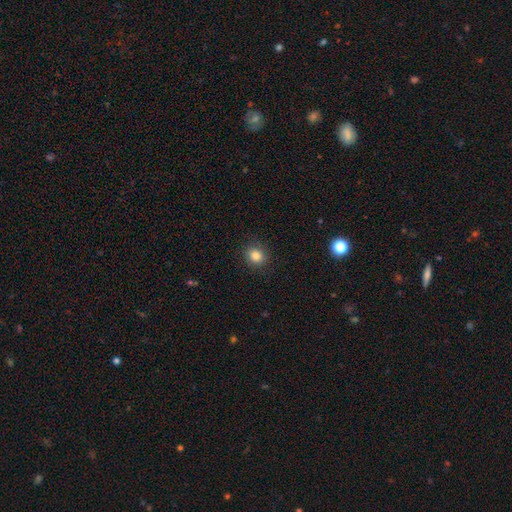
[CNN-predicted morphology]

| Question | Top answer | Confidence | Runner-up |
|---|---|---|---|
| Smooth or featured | smooth | 84% | star or artifact (11%) |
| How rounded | round | 76% | in between (23%) |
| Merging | none | 89% | minor disturbance (7%) |